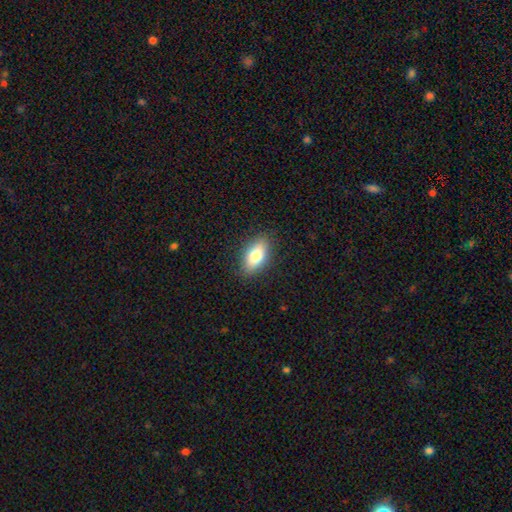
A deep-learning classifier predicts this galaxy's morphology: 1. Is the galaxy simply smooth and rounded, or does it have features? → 78% smooth, 15% featured or disk, 7% star or artifact.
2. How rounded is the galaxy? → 87% in between, 8% cigar-shaped, 5% round.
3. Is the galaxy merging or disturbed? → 87% none, 10% minor disturbance, 2% major disturbance, 1% merger.